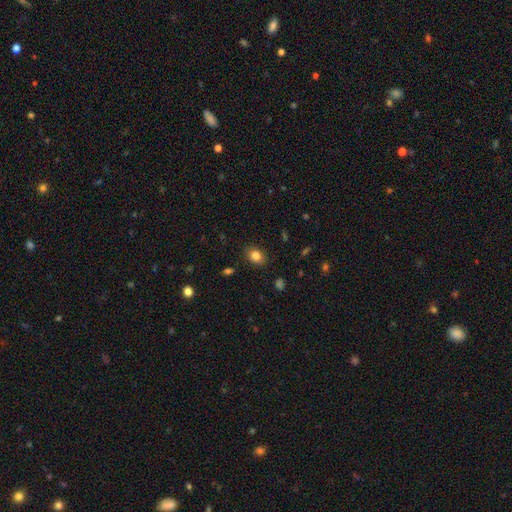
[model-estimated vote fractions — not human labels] Smooth or featured? Predicted: smooth (p=0.83). How rounded? Predicted: in between (p=0.53). Merging? Predicted: none (p=0.85).